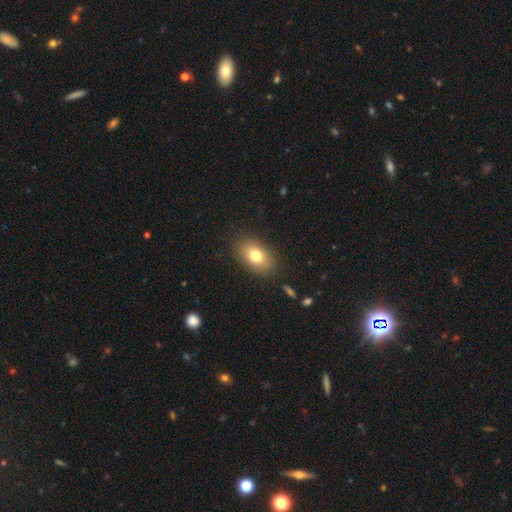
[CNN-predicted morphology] smooth-or-featured: smooth: 77% | featured or disk: 14% | star or artifact: 9%
  how-rounded: in between: 85% | round: 13% | cigar-shaped: 2%
  merging: none: 86% | minor disturbance: 10% | major disturbance: 3% | merger: 1%